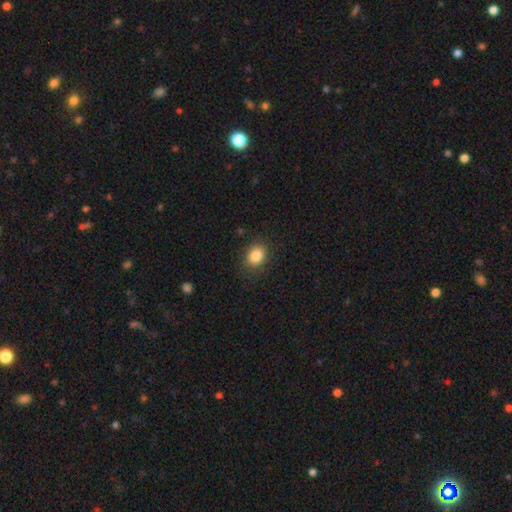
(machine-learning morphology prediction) Smooth or featured? Predicted: smooth (p=0.85). How rounded? Predicted: in between (p=0.54). Merging? Predicted: none (p=0.85).